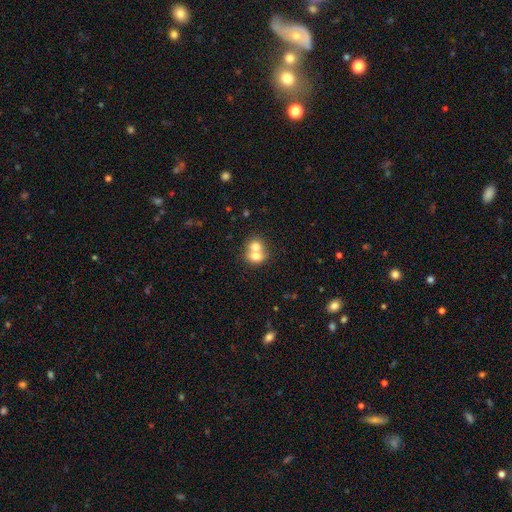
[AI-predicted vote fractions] Smooth or featured? smooth (70%)
How rounded? round (58%)
Merging? merger (72%)